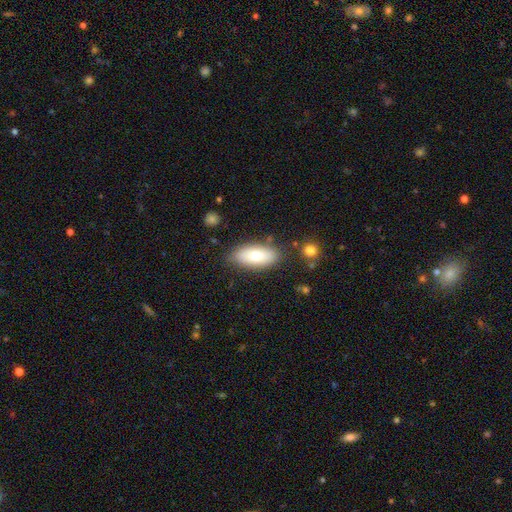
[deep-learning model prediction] Morphology: type=smooth (74%); roundness=in between (88%); merging=none (80%).